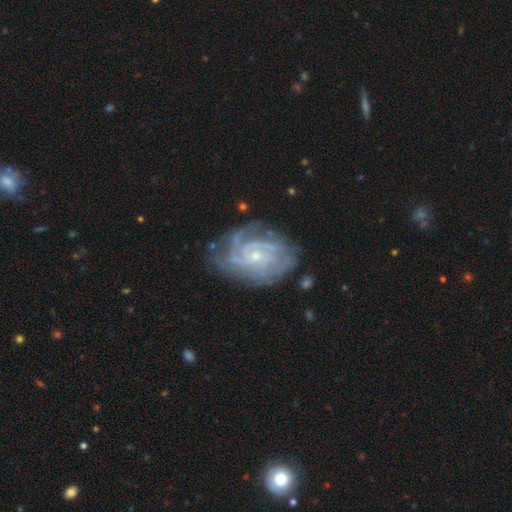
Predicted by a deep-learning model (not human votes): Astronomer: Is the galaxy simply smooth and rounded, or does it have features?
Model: featured or disk — 87%.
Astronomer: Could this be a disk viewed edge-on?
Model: no — 97%.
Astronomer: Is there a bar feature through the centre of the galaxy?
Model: no — 67%.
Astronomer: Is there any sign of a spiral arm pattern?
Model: yes — 96%.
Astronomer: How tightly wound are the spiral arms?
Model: tight — 66%.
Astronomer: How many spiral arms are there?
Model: can't tell — 31% (runner-up: 3, 22%).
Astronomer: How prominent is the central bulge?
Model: small — 76%.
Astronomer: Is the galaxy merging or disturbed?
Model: none — 68%.